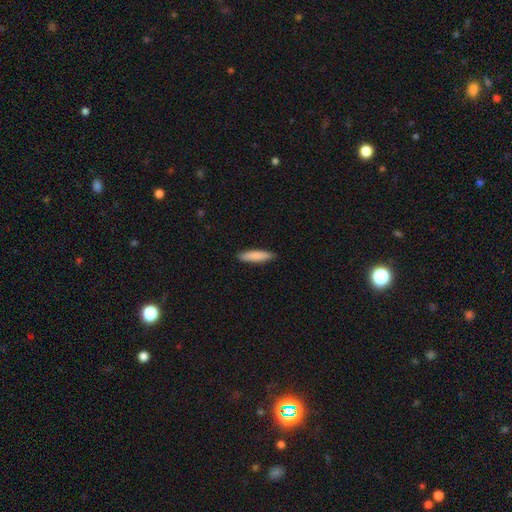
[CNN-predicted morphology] smooth 86%, featured or disk 9%, star or artifact 5%. Down the decision tree: how rounded — cigar-shaped (79%); merging — none (89%).